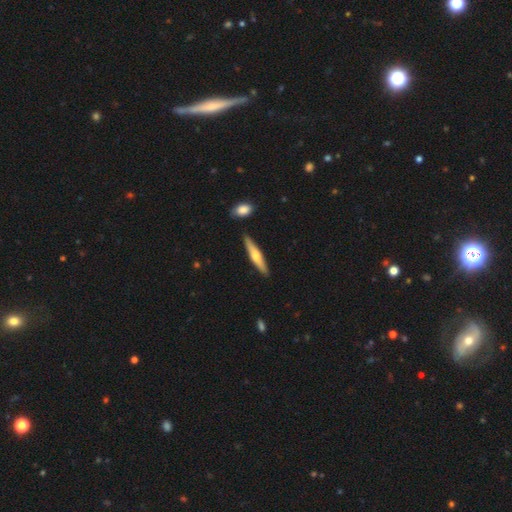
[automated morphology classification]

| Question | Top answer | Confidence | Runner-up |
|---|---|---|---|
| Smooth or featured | featured or disk | 47% | tied: smooth (47%) |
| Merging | none | 88% | minor disturbance (8%) |